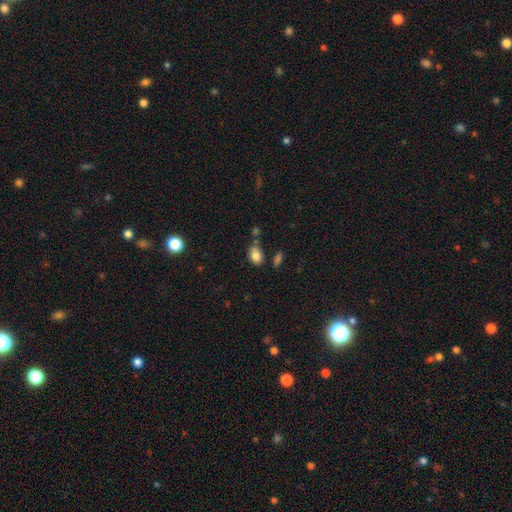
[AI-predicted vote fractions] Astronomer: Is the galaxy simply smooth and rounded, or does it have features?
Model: smooth — 82%.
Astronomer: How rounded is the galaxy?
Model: in between — 82%.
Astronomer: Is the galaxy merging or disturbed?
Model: none — 63%.